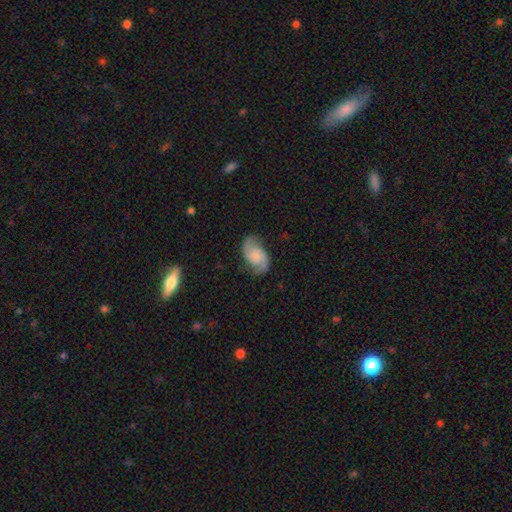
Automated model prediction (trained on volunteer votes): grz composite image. It shows a featured or disk galaxy (81%) with no bar (64%), 2 (93%) medium (52%) spiral arms (97%) and a small central bulge (34%). Merging: none (79%).